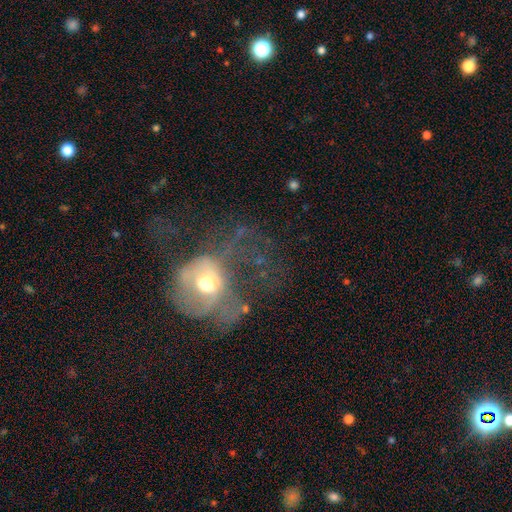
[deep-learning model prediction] The model was most divided on "smooth or featured": featured or disk: 46%, smooth: 33%, star or artifact: 20%. More confident: merging — major disturbance (57%).